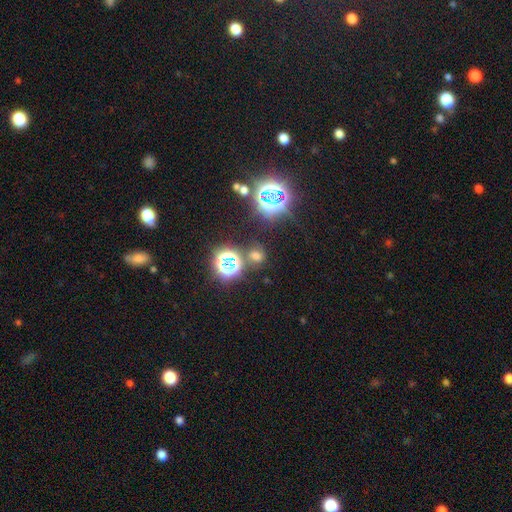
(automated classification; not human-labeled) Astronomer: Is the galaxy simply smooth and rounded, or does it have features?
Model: star or artifact — 46% (runner-up: smooth, 44%).